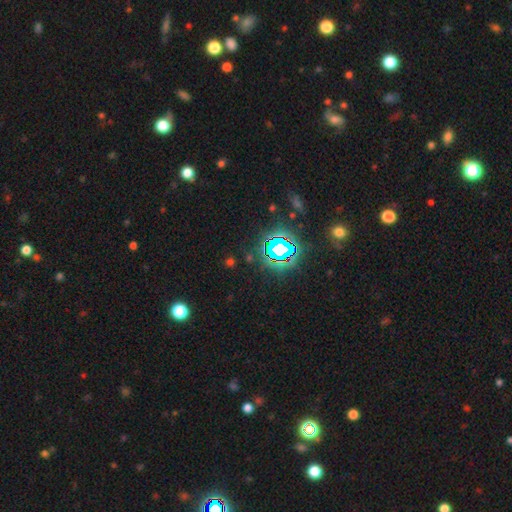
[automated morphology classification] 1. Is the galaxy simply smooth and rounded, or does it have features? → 78% star or artifact, 14% smooth, 8% featured or disk.